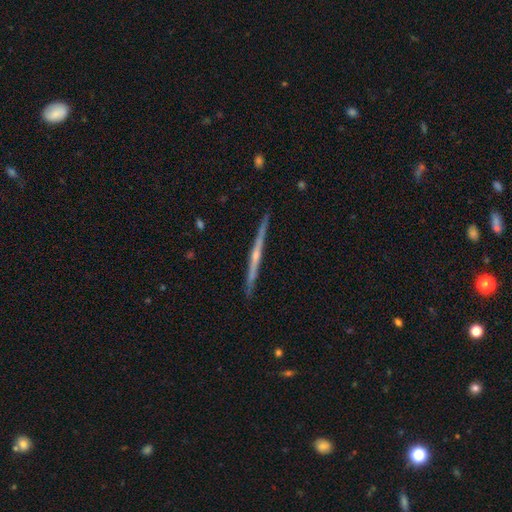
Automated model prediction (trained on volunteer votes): Morphology: type=featured or disk (77%); edge-on=yes (98%); edge-on bulge=rounded (65%); merging=none (90%).